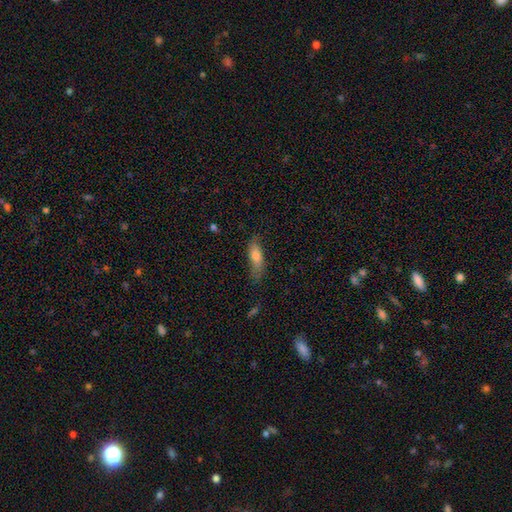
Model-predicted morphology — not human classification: This is likely a smooth galaxy (71%). How rounded: possibly in between (55%). Merging: likely none (67%).